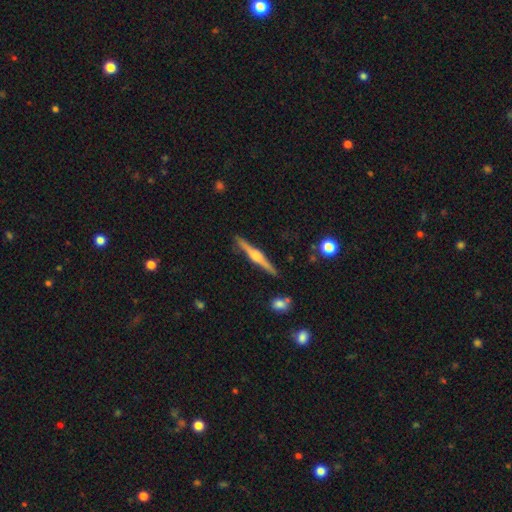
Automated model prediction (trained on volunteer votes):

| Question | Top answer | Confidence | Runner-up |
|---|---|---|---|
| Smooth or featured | featured or disk | 77% | smooth (17%) |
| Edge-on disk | yes | 98% | no (2%) |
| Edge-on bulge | rounded | 84% | boxy (13%) |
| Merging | none | 90% | minor disturbance (7%) |